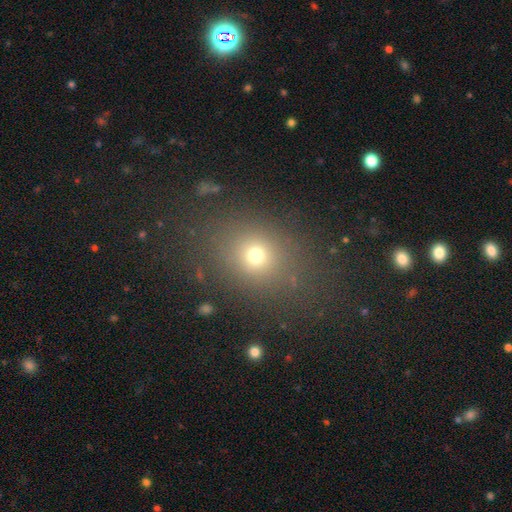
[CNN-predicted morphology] Smooth or featured: smooth — 70% (star or artifact — 20%)
How rounded: round — 64% (in between — 35%)
Merging: none — 80% (minor disturbance — 11%)